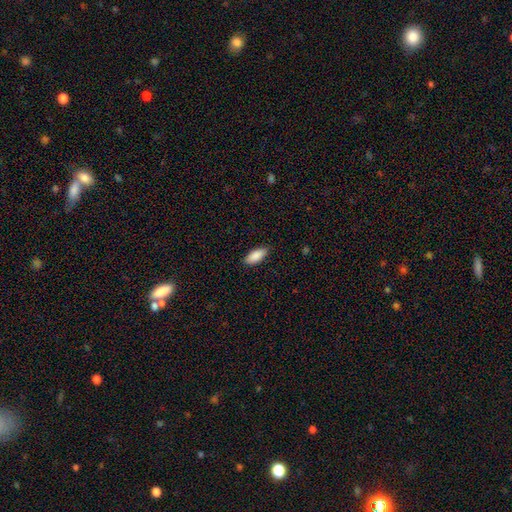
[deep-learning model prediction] A smooth galaxy with no disk features (89%) that is in between round and cigar-shaped (83%).

Vote fractions:
- Smooth or featured? smooth: 89% / star or artifact: 6% / featured or disk: 5%
- How rounded? in between: 83% / cigar-shaped: 16% / round: 2%
- Merging? none: 87% / minor disturbance: 10% / major disturbance: 2% / merger: 1%